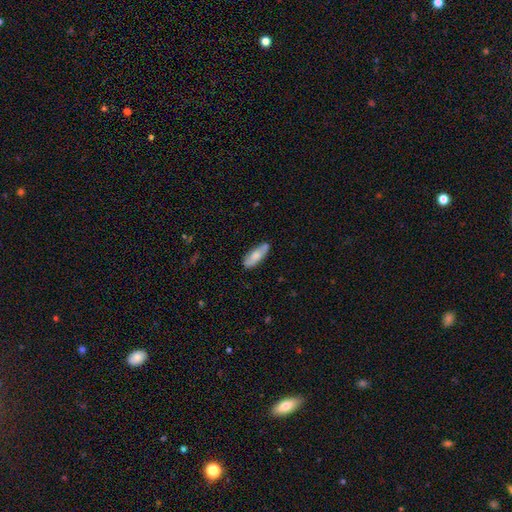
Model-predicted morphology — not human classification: A smooth galaxy with no disk features (68%) that is in between round and cigar-shaped (63%).

Vote fractions:
- Smooth or featured? smooth: 68% / featured or disk: 26% / star or artifact: 6%
- How rounded? in between: 63% / cigar-shaped: 35% / round: 2%
- Merging? none: 78% / minor disturbance: 17% / major disturbance: 3% / merger: 2%